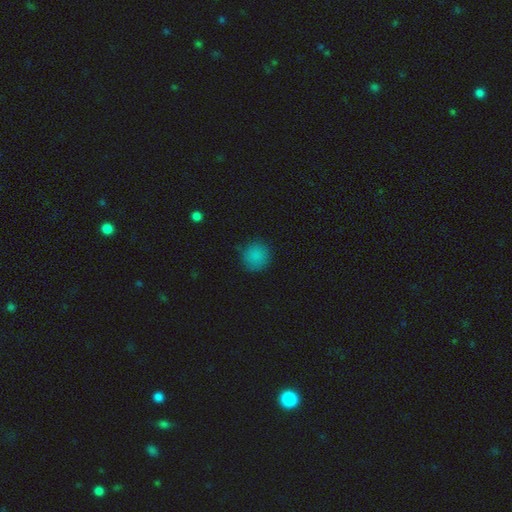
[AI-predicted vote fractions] The model was most divided on "merging": none: 81%, minor disturbance: 14%, major disturbance: 3%, merger: 1%. More confident: how rounded — round (91%); smooth or featured — smooth (84%).